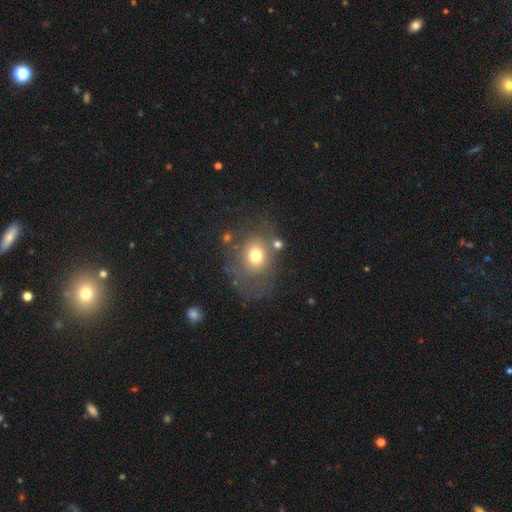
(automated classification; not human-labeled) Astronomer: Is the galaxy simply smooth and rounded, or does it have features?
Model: smooth — 65%.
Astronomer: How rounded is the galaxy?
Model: round — 62%.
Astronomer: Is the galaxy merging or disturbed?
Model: none — 54%.